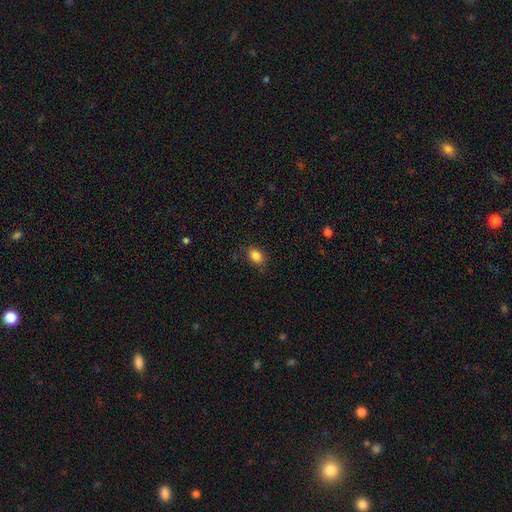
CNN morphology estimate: smooth_or_featured: smooth (p=0.85) [alt: star or artifact p=0.10]
how_rounded: in between (p=0.68) [alt: round p=0.31]
merging: none (p=0.81) [alt: minor disturbance p=0.15]